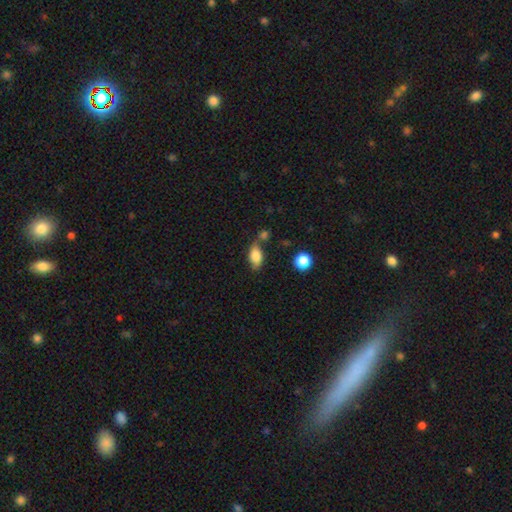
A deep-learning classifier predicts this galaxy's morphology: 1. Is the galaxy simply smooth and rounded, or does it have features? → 81% smooth, 11% featured or disk, 8% star or artifact.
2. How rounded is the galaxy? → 87% in between, 7% round, 5% cigar-shaped.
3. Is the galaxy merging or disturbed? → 61% none, 19% minor disturbance, 14% merger, 5% major disturbance.